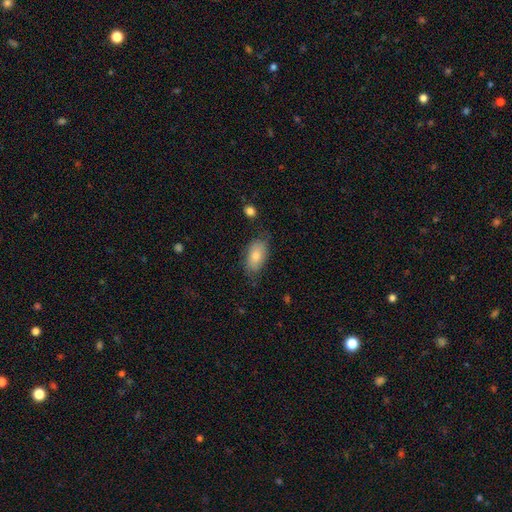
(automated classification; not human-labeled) The model was most divided on "merging": none: 66%, minor disturbance: 25%, major disturbance: 7%, merger: 3%. More confident: how rounded — in between (93%); smooth or featured — smooth (77%).